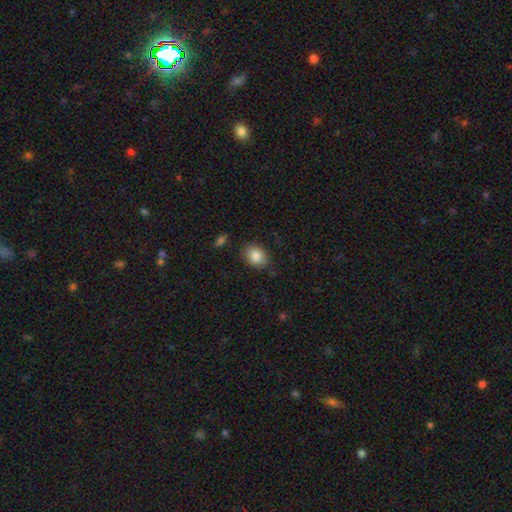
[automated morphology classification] A smooth galaxy with no disk features (86%) that is in between round and cigar-shaped (60%). Merging: none (82%).